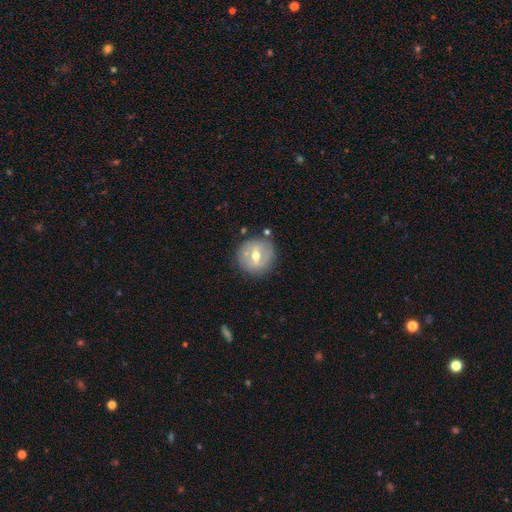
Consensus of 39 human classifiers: Q: Smooth or featured?
A: featured or disk (51%); runner-up: smooth (46%)
Q: Edge-on disk?
A: no (95%); runner-up: yes (5%)
Q: Bar?
A: weak (53%); runner-up: strong (32%)
Q: Spiral arms?
A: no (84%); runner-up: yes (16%)
Q: Bulge size?
A: moderate (68%); runner-up: small (16%)
Q: Merging?
A: none (63%); runner-up: minor disturbance (21%)